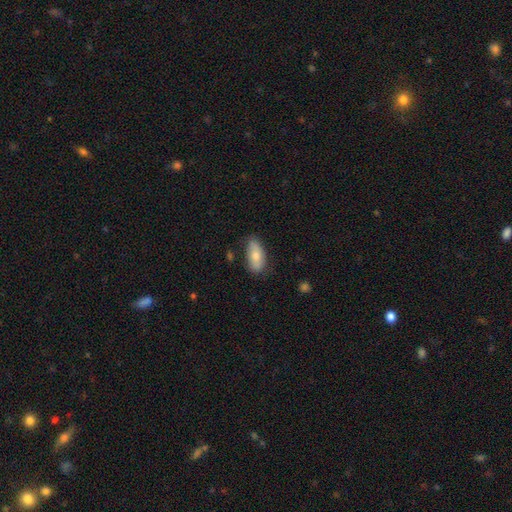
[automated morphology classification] The model was most divided on "merging": none: 74%, minor disturbance: 21%, major disturbance: 4%, merger: 2%. More confident: how rounded — in between (88%); smooth or featured — smooth (75%).